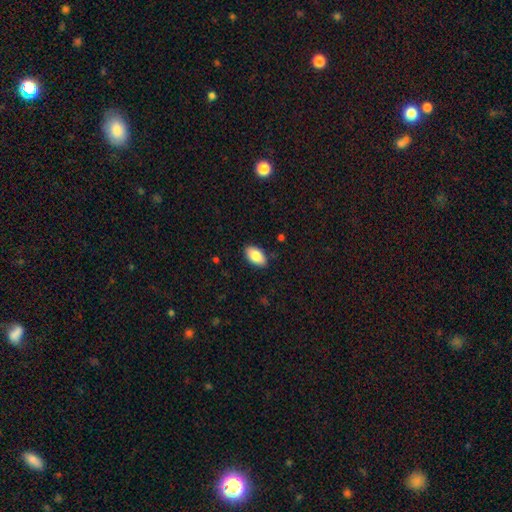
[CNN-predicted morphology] Smooth or featured? smooth (85%)
How rounded? in between (94%)
Merging? none (87%)